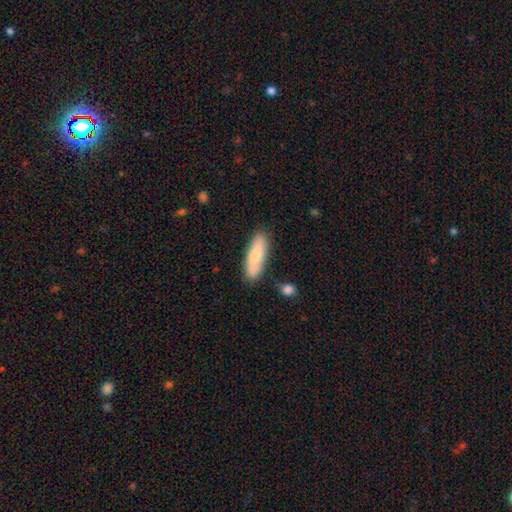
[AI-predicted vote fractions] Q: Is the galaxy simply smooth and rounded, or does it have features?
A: smooth — 77%.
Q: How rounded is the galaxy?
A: in between — 54%.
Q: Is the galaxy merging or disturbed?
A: none — 80%.